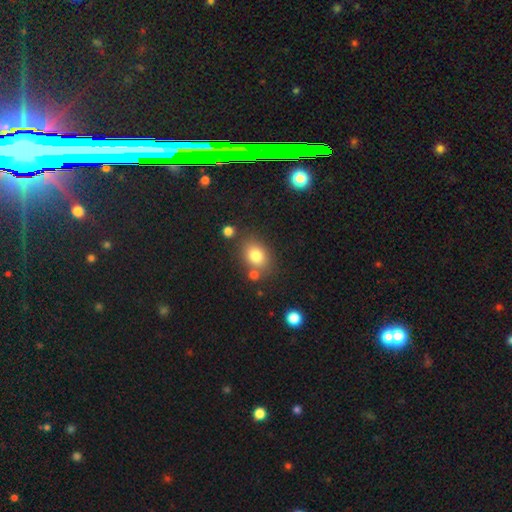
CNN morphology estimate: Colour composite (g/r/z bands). It shows a smooth galaxy with no disk features (80%) that is in between round and cigar-shaped (67%). Merging: none (71%).